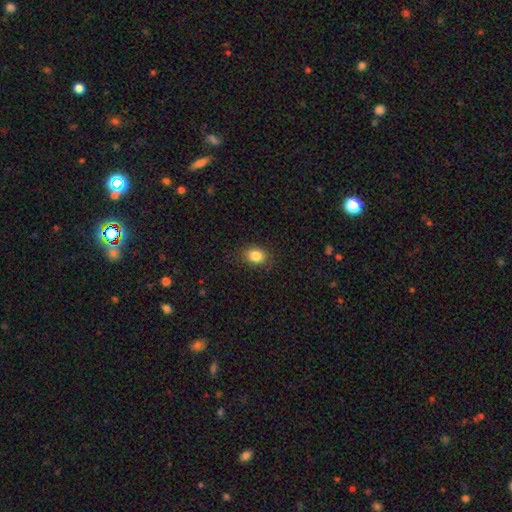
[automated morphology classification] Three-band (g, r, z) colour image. It shows a smooth galaxy with no disk features (85%) that is in between round and cigar-shaped (62%). Merging: none (85%).